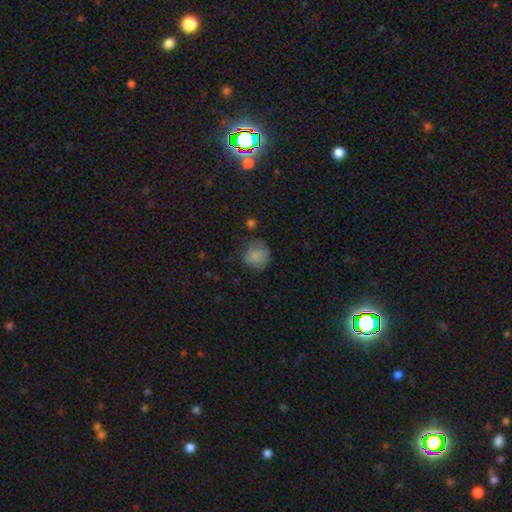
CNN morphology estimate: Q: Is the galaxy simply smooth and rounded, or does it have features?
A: smooth — 82%.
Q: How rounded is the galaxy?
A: round — 82%.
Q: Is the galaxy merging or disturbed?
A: none — 62%.